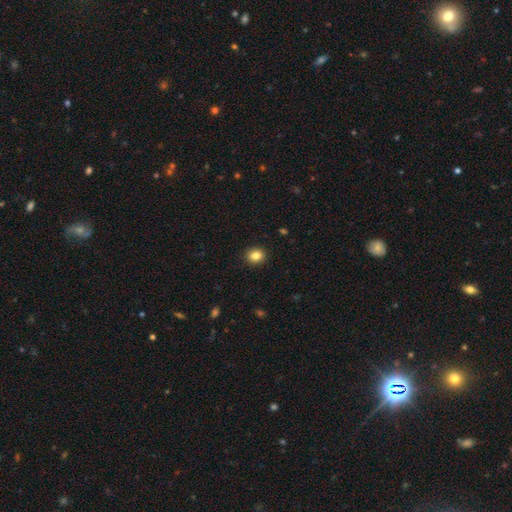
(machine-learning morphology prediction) Smooth or featured?
  - smooth: 85% *
  - star or artifact: 10%
  - featured or disk: 5%
How rounded?
  - round: 74% *
  - in between: 25%
  - cigar-shaped: 1%
Merging?
  - none: 92% *
  - minor disturbance: 6%
  - major disturbance: 2%
  - merger: 1%